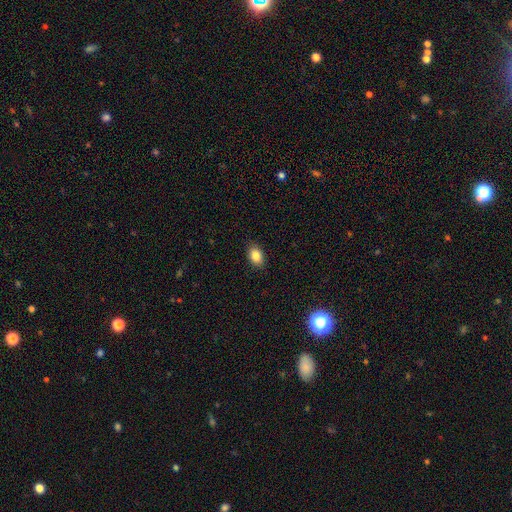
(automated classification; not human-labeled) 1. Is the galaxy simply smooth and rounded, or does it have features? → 85% smooth, 9% star or artifact, 6% featured or disk.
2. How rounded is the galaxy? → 84% in between, 15% round, 1% cigar-shaped.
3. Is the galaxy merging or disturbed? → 87% none, 10% minor disturbance, 2% major disturbance, 1% merger.